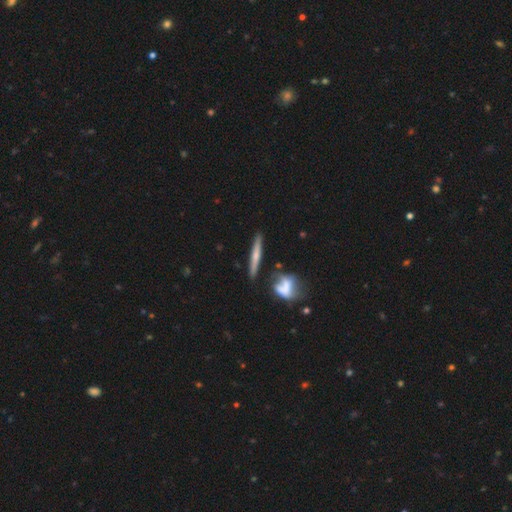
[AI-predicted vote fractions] featured or disk 47%, smooth 46%, star or artifact 7%. Down the decision tree: merging — none (82%).